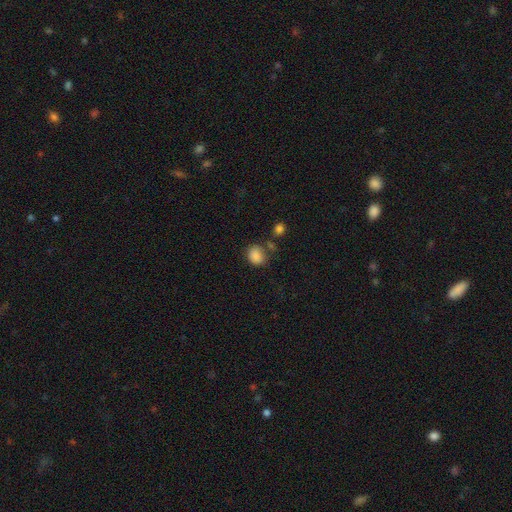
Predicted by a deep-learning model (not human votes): Smooth or featured?
  - smooth: 86% *
  - star or artifact: 10%
  - featured or disk: 5%
How rounded?
  - round: 57% *
  - in between: 42%
  - cigar-shaped: 1%
Merging?
  - none: 64% *
  - minor disturbance: 18%
  - merger: 11%
  - major disturbance: 6%